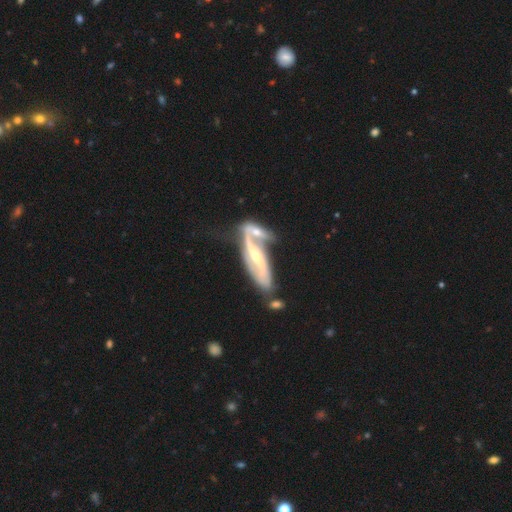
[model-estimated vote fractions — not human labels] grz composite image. It shows a featured or disk galaxy (83%) with a strong bar (39%), 2 (82%) loose (54%) spiral arms (88%) and a small central bulge (52%). Merging: merger (51%).